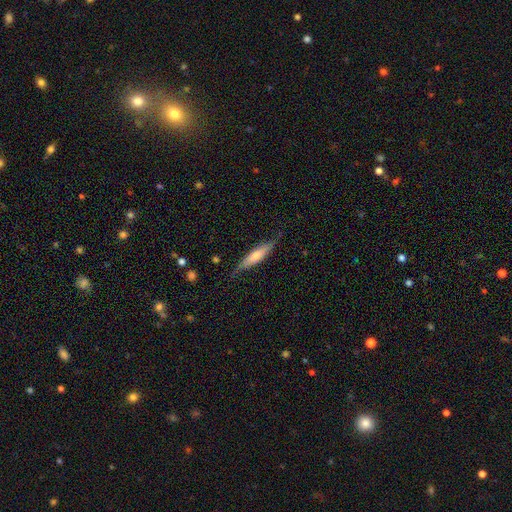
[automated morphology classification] Smooth or featured: smooth — 53% (featured or disk — 41%)
How rounded: cigar-shaped — 83% (in between — 16%)
Merging: none — 74% (minor disturbance — 20%)